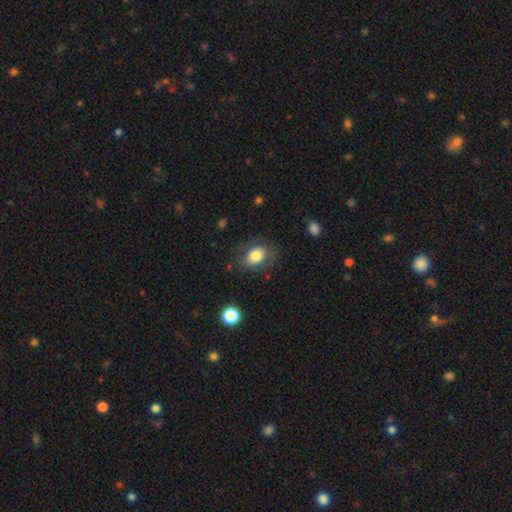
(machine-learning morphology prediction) A smooth galaxy with no disk features (77%) that is in between round and cigar-shaped (75%).

Vote fractions:
- Smooth or featured? smooth: 77% / featured or disk: 15% / star or artifact: 8%
- How rounded? in between: 75% / round: 24% / cigar-shaped: 1%
- Merging? none: 72% / minor disturbance: 18% / major disturbance: 9% / merger: 1%